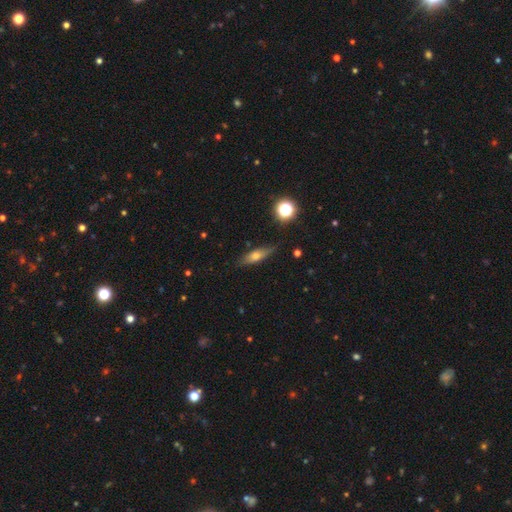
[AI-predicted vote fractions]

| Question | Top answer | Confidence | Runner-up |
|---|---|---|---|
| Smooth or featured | smooth | 54% | featured or disk (36%) |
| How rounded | cigar-shaped | 58% | in between (38%) |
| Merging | none | 81% | minor disturbance (14%) |